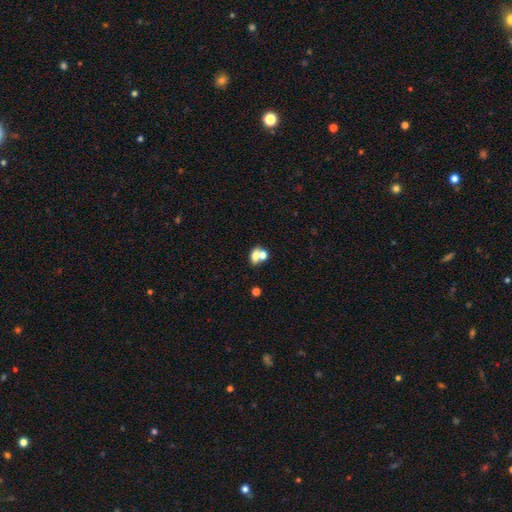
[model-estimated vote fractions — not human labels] smooth 67%, featured or disk 20%, star or artifact 13%. Down the decision tree: how rounded — in between (60%); merging — merger (55%).